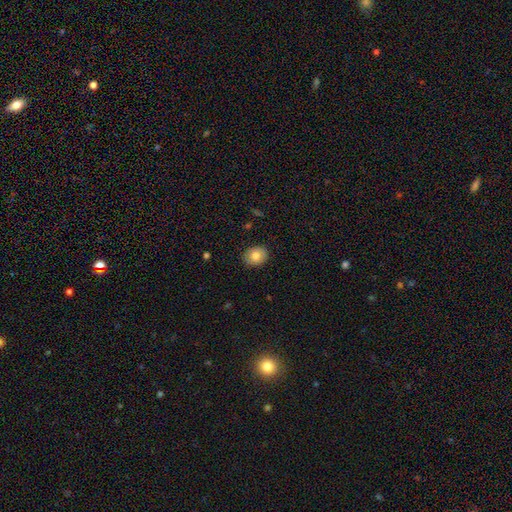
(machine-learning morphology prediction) smooth_or_featured: smooth (p=0.81) [alt: featured or disk p=0.11]
how_rounded: in between (p=0.54) [alt: round p=0.45]
merging: none (p=0.89) [alt: minor disturbance p=0.08]